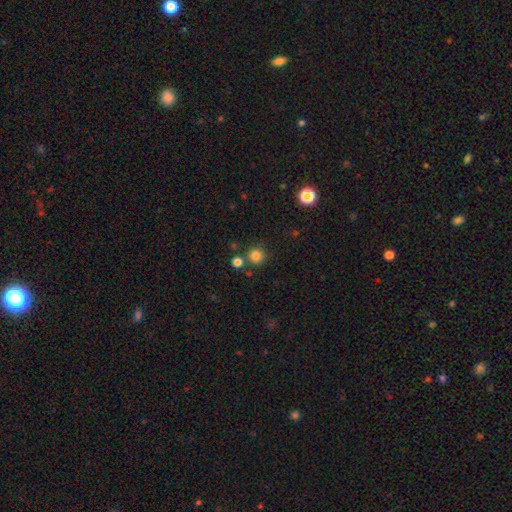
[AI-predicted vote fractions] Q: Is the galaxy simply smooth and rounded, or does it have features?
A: smooth — 83%.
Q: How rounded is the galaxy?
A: round — 93%.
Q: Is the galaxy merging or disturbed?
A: none — 78%.